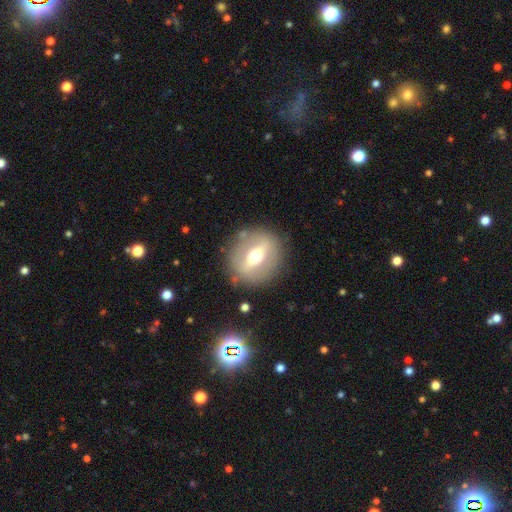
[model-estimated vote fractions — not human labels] Q: Smooth or featured?
A: featured or disk (57%); runner-up: smooth (35%)
Q: Edge-on disk?
A: no (69%); runner-up: yes (31%)
Q: Merging?
A: none (84%); runner-up: minor disturbance (10%)